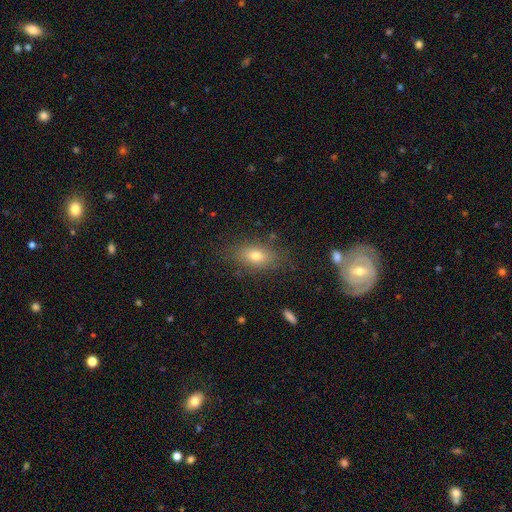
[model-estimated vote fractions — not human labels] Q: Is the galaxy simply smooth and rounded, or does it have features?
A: smooth — 72%.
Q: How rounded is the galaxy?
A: in between — 80%.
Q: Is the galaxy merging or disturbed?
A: none — 80%.